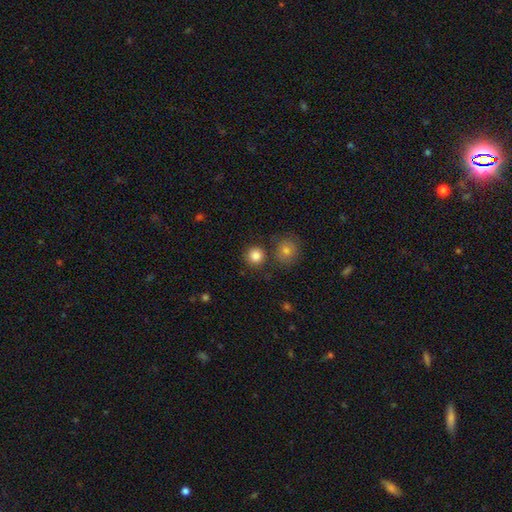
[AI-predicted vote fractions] The model was most divided on "merging": none: 81%, merger: 9%, minor disturbance: 7%, major disturbance: 3%. More confident: how rounded — round (93%); smooth or featured — smooth (84%).